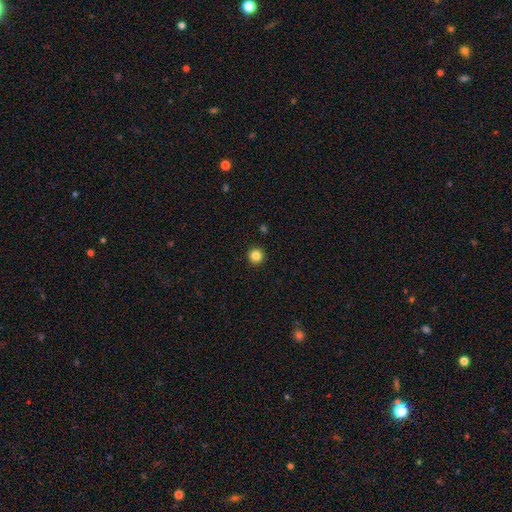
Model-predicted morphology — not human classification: Smooth or featured?
  - smooth: 84% *
  - star or artifact: 11%
  - featured or disk: 5%
How rounded?
  - round: 96% *
  - in between: 3%
  - cigar-shaped: 1%
Merging?
  - none: 93% *
  - minor disturbance: 4%
  - major disturbance: 1%
  - merger: 1%